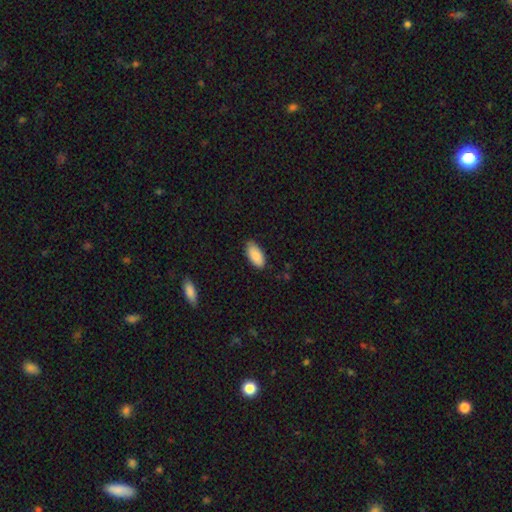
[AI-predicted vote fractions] Overall: smooth (88%). How rounded: in between (93%). Merging: none (80%).